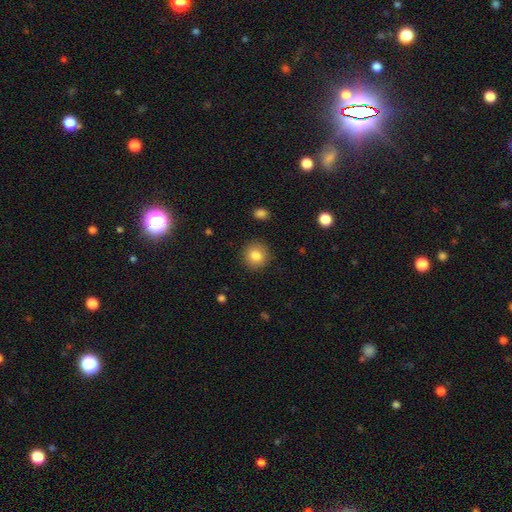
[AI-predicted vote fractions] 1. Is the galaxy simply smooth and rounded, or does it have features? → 84% smooth, 10% star or artifact, 7% featured or disk.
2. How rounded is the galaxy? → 90% round, 9% in between, 1% cigar-shaped.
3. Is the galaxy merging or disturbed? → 89% none, 7% minor disturbance, 2% major disturbance, 1% merger.